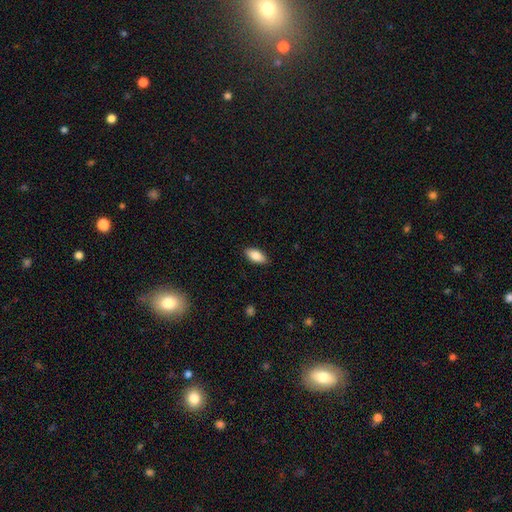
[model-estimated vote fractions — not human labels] The model was most divided on "smooth or featured": smooth: 85%, featured or disk: 9%, star or artifact: 7%. More confident: how rounded — in between (89%); merging — none (88%).